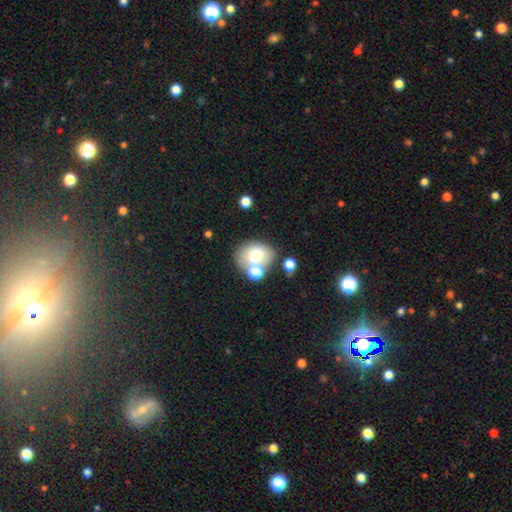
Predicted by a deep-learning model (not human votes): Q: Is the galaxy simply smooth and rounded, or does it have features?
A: smooth — 68%.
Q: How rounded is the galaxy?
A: in between — 58%.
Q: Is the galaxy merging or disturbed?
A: none — 56%.